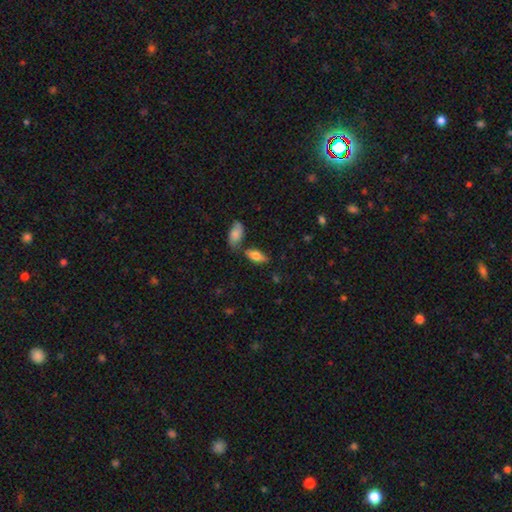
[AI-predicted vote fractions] Overall: smooth (72%). How rounded: in between (83%). Merging: none (67%).